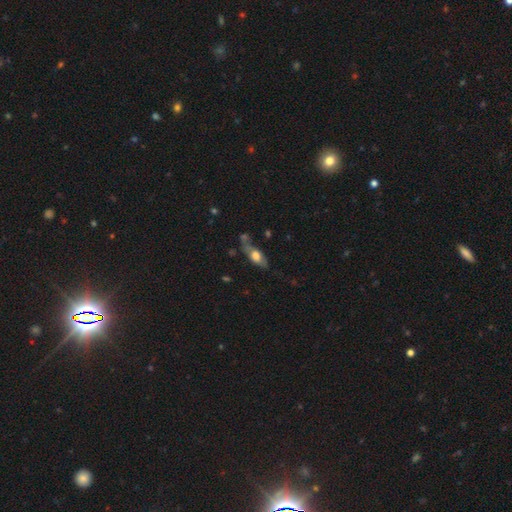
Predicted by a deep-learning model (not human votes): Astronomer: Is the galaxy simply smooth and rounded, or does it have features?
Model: smooth — 52% (runner-up: featured or disk, 40%).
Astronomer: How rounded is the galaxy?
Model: in between — 71%.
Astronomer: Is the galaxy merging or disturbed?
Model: none — 47% (runner-up: minor disturbance, 26%).